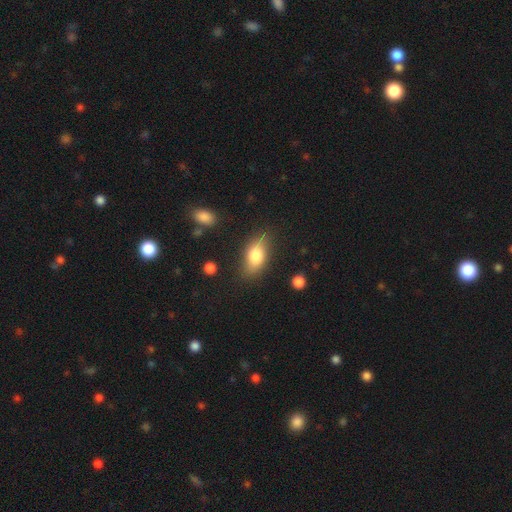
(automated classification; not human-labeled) Smooth or featured? smooth (71%)
How rounded? in between (84%)
Merging? none (76%)